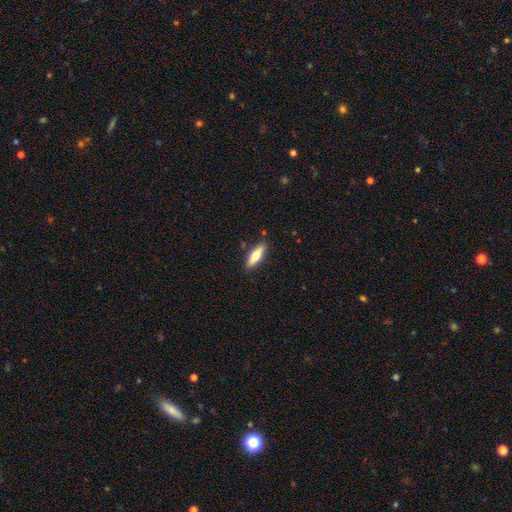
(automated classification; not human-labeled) Overall: smooth (68%). How rounded: in between (56%; cigar-shaped 42%). Merging: none (87%).